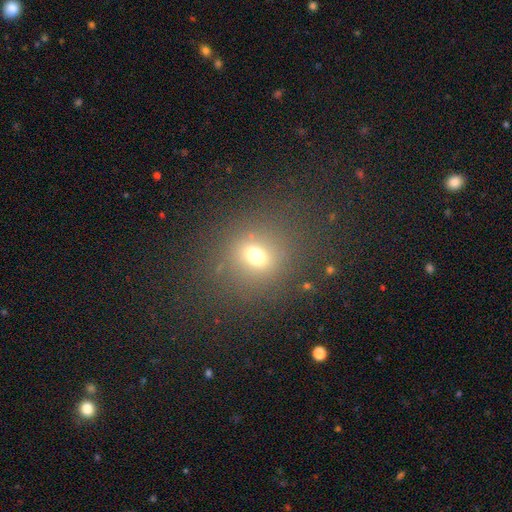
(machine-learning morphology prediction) Smooth or featured: smooth — 67% (star or artifact — 20%)
How rounded: round — 70% (in between — 28%)
Merging: none — 80% (minor disturbance — 11%)